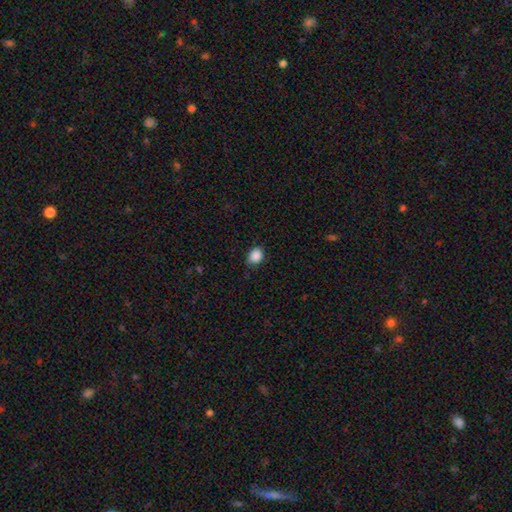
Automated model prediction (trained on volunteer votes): smooth-or-featured: smooth: 88% | star or artifact: 9% | featured or disk: 3%
  how-rounded: round: 50% | in between: 49% | cigar-shaped: 1%
  merging: none: 75% | minor disturbance: 20% | major disturbance: 4% | merger: 1%